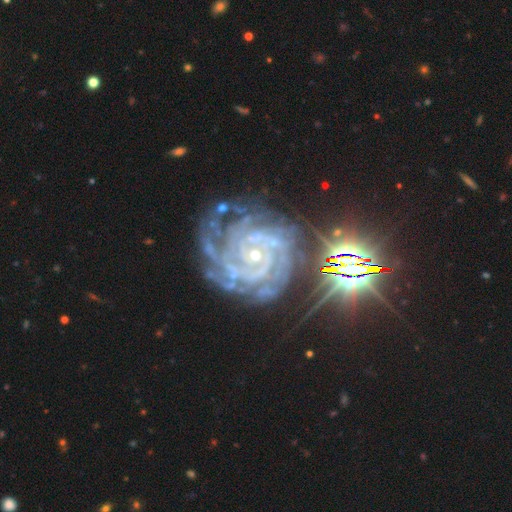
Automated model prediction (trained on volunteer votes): Overall: featured or disk (88%). Edge-on disk: no (98%). Bar: no (63%; weak 25%). Spiral arms: yes (99%). Spiral arm count: 3 (21%; 2 20%). Spiral winding: tight (78%). Bulge size: small (80%). Merging: none (63%).